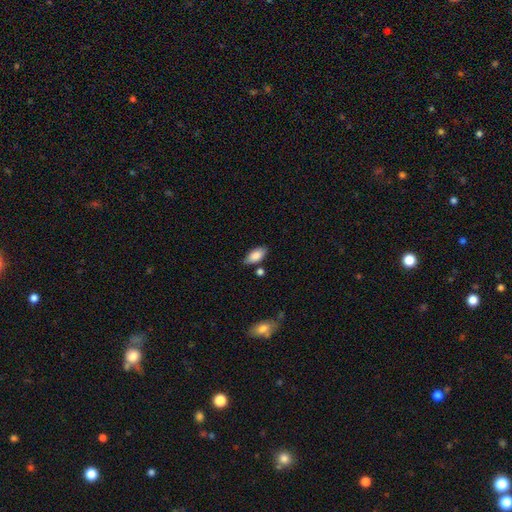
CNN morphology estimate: Smooth or featured: smooth — 85% (featured or disk — 8%)
How rounded: in between — 90% (cigar-shaped — 7%)
Merging: none — 76% (minor disturbance — 15%)